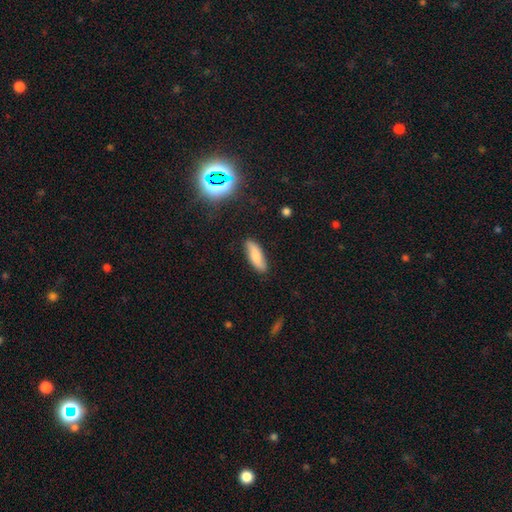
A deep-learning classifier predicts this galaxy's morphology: The model was most divided on "how rounded": in between: 52%, cigar-shaped: 45%, round: 2%. More confident: merging — none (84%); smooth or featured — smooth (75%).